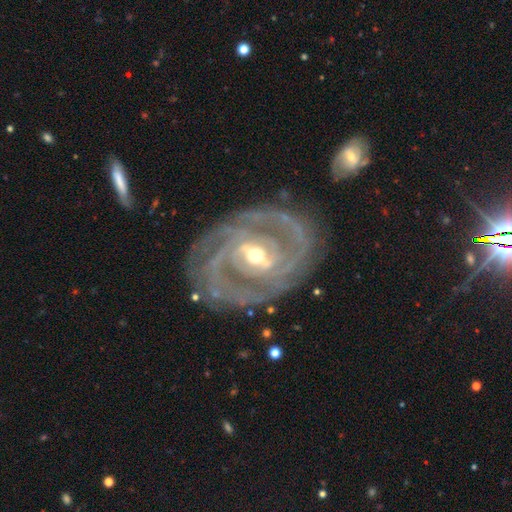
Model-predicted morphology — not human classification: A featured or disk galaxy (92%) with a strong bar (46%), 2 (41%) tight (65%) spiral arms (97%) and a moderate central bulge (55%).

Vote fractions:
- Smooth or featured? featured or disk: 92% / star or artifact: 4% / smooth: 4%
- Edge-on disk? no: 96% / yes: 4%
- Bar? strong: 46% / weak: 40% / no: 13%
- Spiral arms? yes: 97% / no: 3%
- Spiral winding? tight: 65% / medium: 29% / loose: 6%
- Spiral arm count? 2: 41% / 3: 22% / can't tell: 16% / 4: 9% / more than 4: 6% / 1: 5%
- Bulge size? moderate: 55% / small: 39% / large: 4% / none: 1% / dominant: 1%
- Merging? none: 79% / minor disturbance: 14% / major disturbance: 6% / merger: 2%